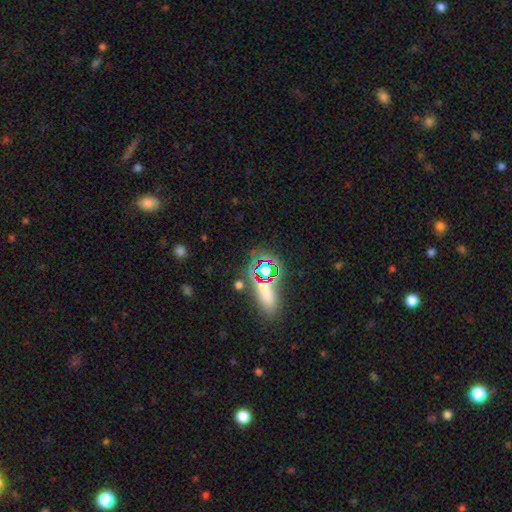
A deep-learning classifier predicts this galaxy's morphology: smooth_or_featured: star or artifact (p=0.48) [alt: smooth p=0.36]